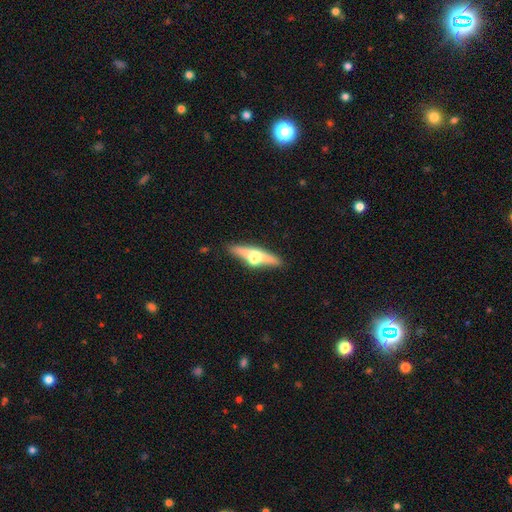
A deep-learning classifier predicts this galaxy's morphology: Overall: featured or disk (66%; smooth 28%). Edge-on disk: yes (94%). Edge-on bulge: rounded (95%). Merging: none (79%).